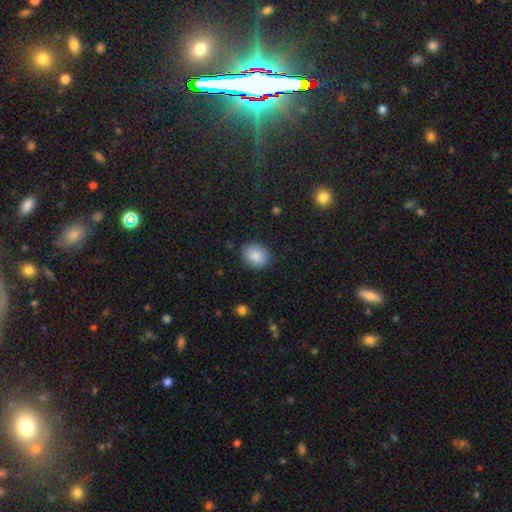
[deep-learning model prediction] smooth-or-featured: smooth: 87% | star or artifact: 8% | featured or disk: 6%
  how-rounded: round: 53% | in between: 46% | cigar-shaped: 1%
  merging: none: 86% | minor disturbance: 10% | major disturbance: 3% | merger: 1%